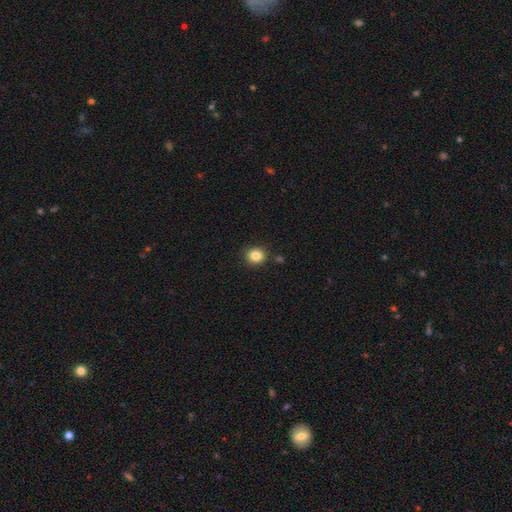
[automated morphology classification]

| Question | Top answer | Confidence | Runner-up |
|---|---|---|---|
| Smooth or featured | smooth | 85% | star or artifact (10%) |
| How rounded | round | 82% | in between (17%) |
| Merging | none | 86% | minor disturbance (8%) |